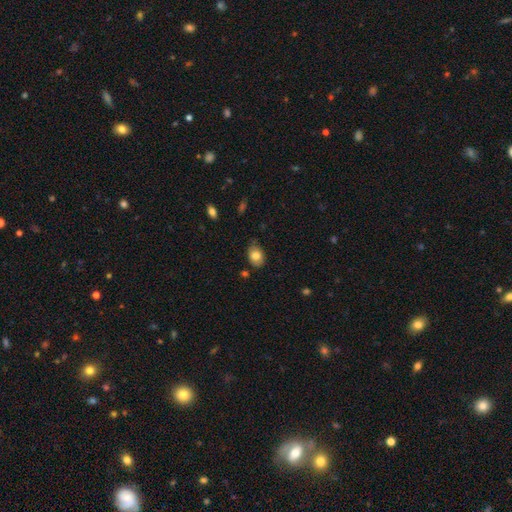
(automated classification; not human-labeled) Q: Smooth or featured?
A: smooth (79%); runner-up: featured or disk (12%)
Q: How rounded?
A: in between (75%); runner-up: round (24%)
Q: Merging?
A: none (71%); runner-up: minor disturbance (23%)